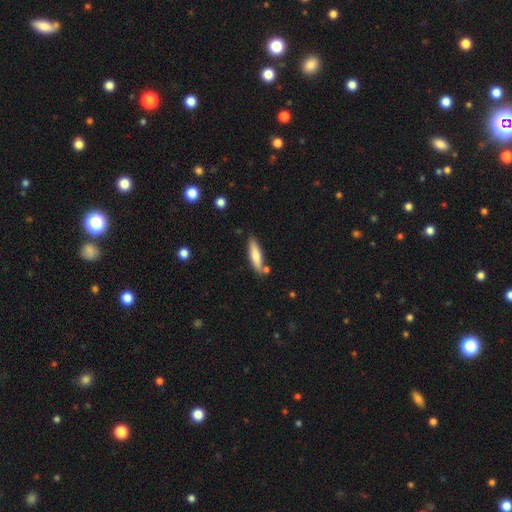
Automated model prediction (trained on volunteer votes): Overall: smooth (70%). How rounded: cigar-shaped (72%). Merging: none (79%).